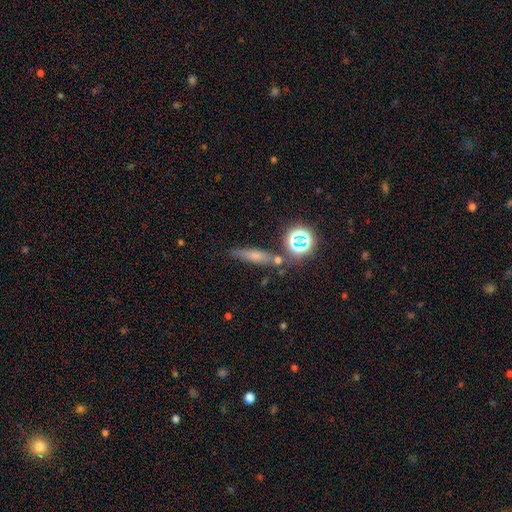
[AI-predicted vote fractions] A smooth galaxy with no disk features (55%) that is cigar-shaped (70%). Merging: none (72%).